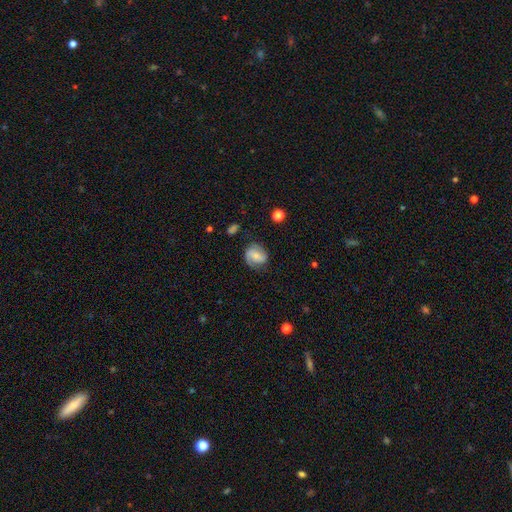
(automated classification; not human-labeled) Smooth or featured? Predicted: featured or disk (p=0.56). Edge-on disk? Predicted: no (p=0.97). Bar? Predicted: weak (p=0.42). Spiral arms? Predicted: yes (p=0.87). Bulge size? Predicted: small (p=0.53). Merging? Predicted: none (p=0.66).